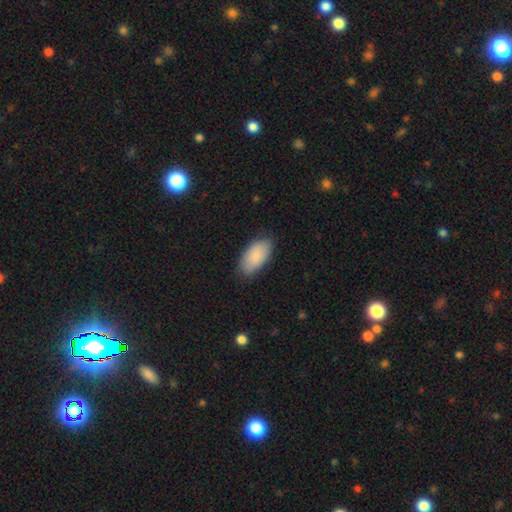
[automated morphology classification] Smooth or featured?
  - smooth: 87% *
  - featured or disk: 7%
  - star or artifact: 6%
How rounded?
  - in between: 95% *
  - cigar-shaped: 3%
  - round: 2%
Merging?
  - none: 81% *
  - minor disturbance: 15%
  - major disturbance: 3%
  - merger: 1%